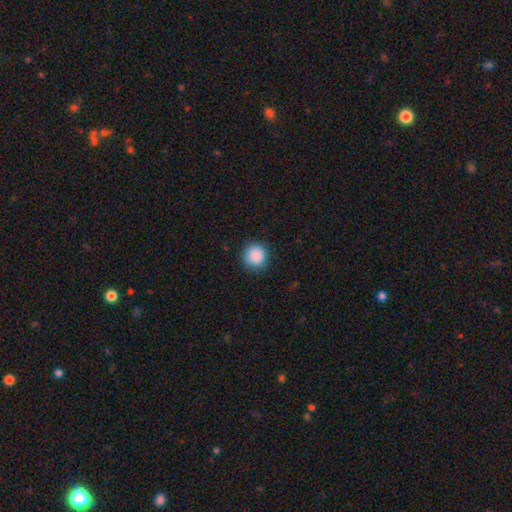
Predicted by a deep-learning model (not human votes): Smooth or featured?
  - smooth: 89% *
  - star or artifact: 8%
  - featured or disk: 3%
How rounded?
  - round: 93% *
  - in between: 6%
  - cigar-shaped: 1%
Merging?
  - none: 88% *
  - minor disturbance: 9%
  - major disturbance: 2%
  - merger: 1%